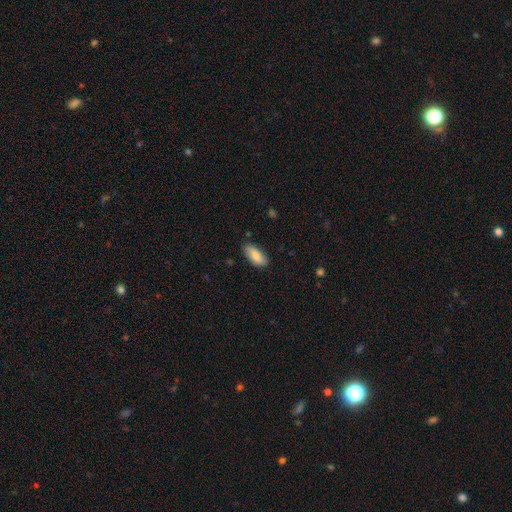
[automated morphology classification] smooth-or-featured: smooth: 84% | featured or disk: 11% | star or artifact: 6%
  how-rounded: in between: 84% | cigar-shaped: 14% | round: 2%
  merging: none: 83% | minor disturbance: 13% | major disturbance: 2% | merger: 1%